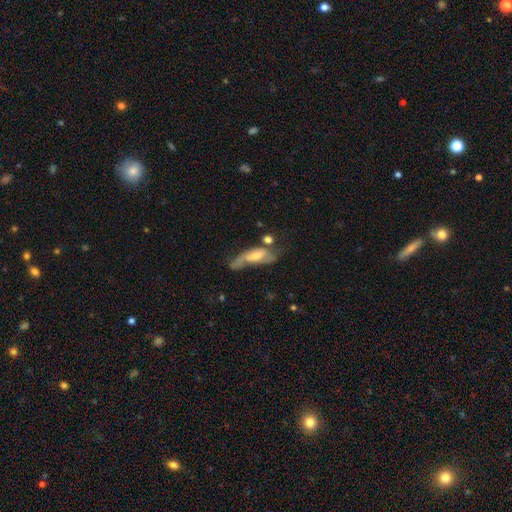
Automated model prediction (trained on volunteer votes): Overall: featured or disk (55%; smooth 36%). Edge-on disk: no (74%). Merging: none (31%, tied with major disturbance).